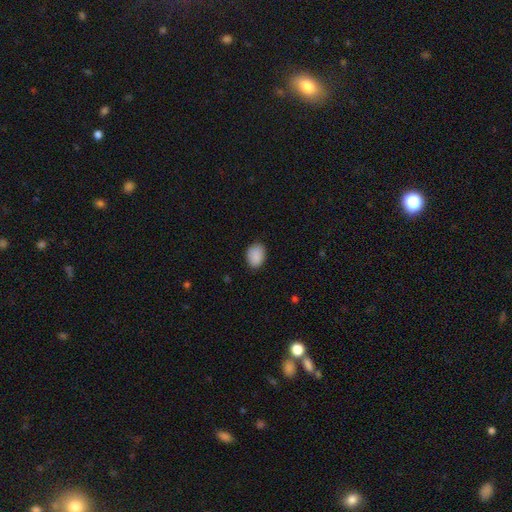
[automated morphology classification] A smooth galaxy with no disk features (90%) that is in between round and cigar-shaped (74%). Merging: none (84%).